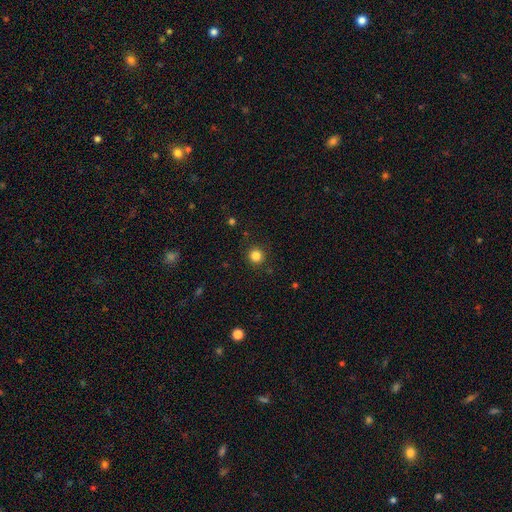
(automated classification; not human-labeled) Smooth or featured: smooth — 83% (star or artifact — 12%)
How rounded: round — 95% (in between — 4%)
Merging: none — 91% (minor disturbance — 6%)